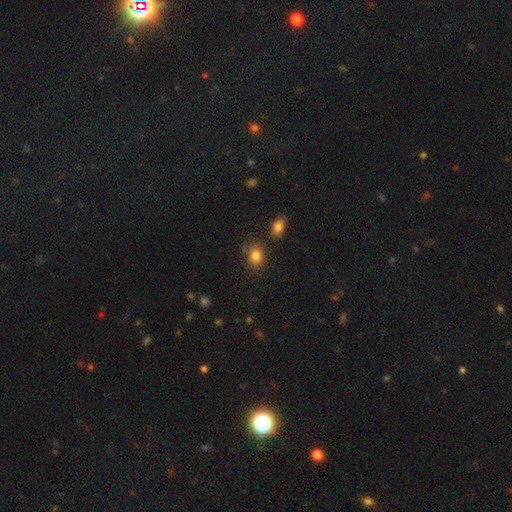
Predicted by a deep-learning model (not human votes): A smooth galaxy with no disk features (84%) that is in between round and cigar-shaped (55%).

Vote fractions:
- Smooth or featured? smooth: 84% / star or artifact: 10% / featured or disk: 6%
- How rounded? in between: 55% / round: 44% / cigar-shaped: 1%
- Merging? none: 76% / minor disturbance: 13% / merger: 6% / major disturbance: 4%